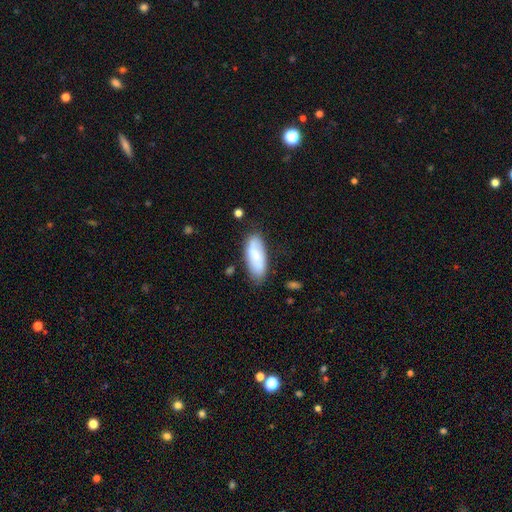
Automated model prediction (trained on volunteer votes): Smooth or featured? smooth (61%)
How rounded? in between (79%)
Merging? none (76%)